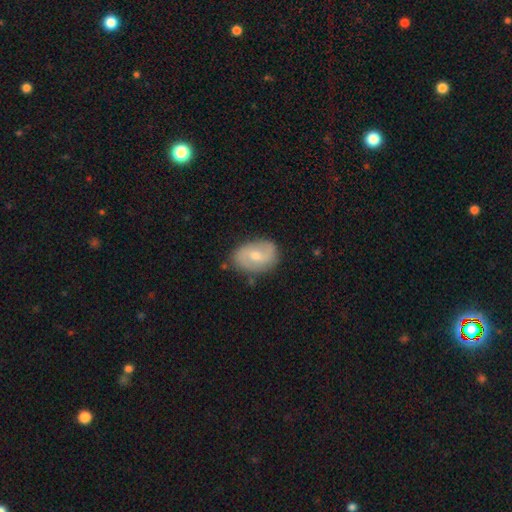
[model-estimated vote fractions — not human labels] Smooth or featured? Predicted: featured or disk (p=0.54). Edge-on disk? Predicted: no (p=0.96). Bar? Predicted: weak (p=0.46). Spiral arms? Predicted: yes (p=0.76). Bulge size? Predicted: moderate (p=0.57). Merging? Predicted: none (p=0.75).